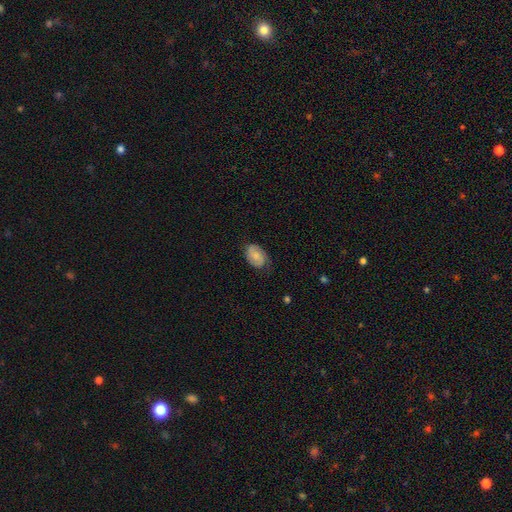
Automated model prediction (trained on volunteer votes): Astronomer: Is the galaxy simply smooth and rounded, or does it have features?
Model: smooth — 64%.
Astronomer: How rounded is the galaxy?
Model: in between — 85%.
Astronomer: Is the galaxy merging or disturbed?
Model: none — 63%.